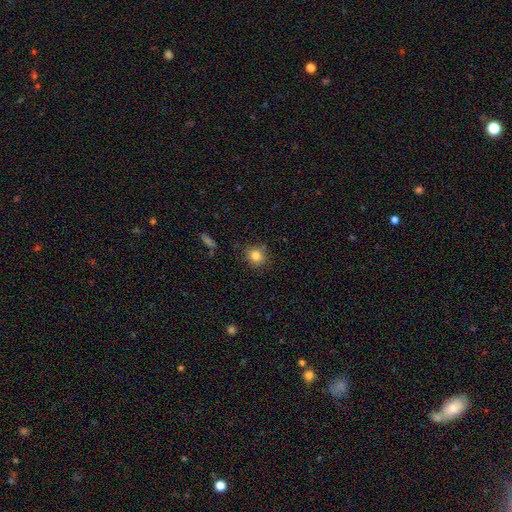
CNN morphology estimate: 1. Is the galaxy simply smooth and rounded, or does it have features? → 82% smooth, 11% star or artifact, 7% featured or disk.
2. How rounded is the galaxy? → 87% round, 12% in between, 1% cigar-shaped.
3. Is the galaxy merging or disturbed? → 85% none, 11% minor disturbance, 3% major disturbance, 2% merger.